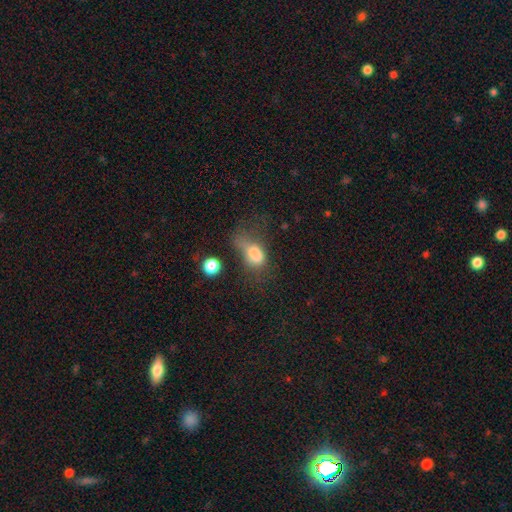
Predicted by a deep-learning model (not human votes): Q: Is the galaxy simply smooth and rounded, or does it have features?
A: smooth — 71%.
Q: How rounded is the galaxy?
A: in between — 81%.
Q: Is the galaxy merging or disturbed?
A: major disturbance — 49%.